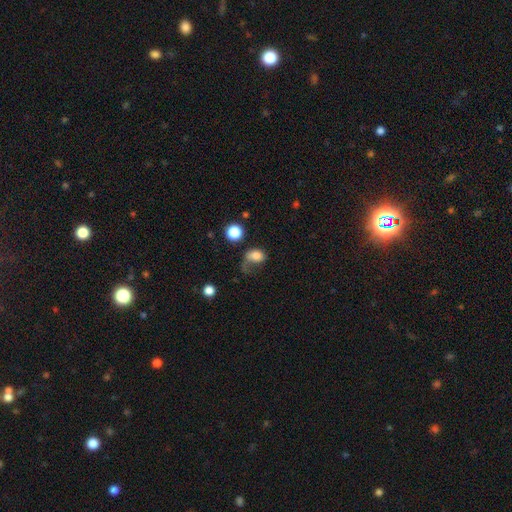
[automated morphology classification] This appears to be a smooth galaxy with no disk features (74%) that is in between round and cigar-shaped (62%). Merging: major disturbance (43%).